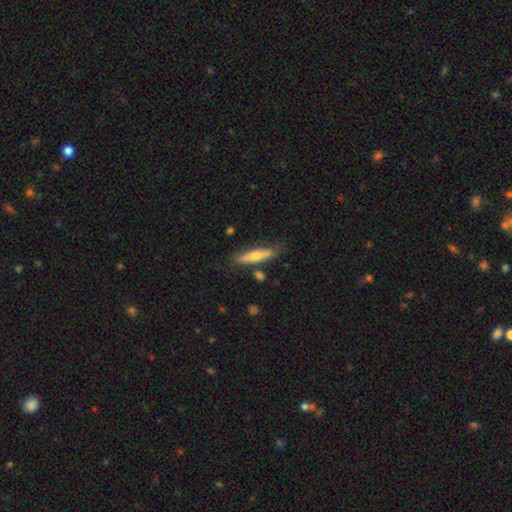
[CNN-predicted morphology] Q: Smooth or featured?
A: featured or disk (47%); tied with: smooth (47%)
Q: Merging?
A: none (74%); runner-up: minor disturbance (17%)